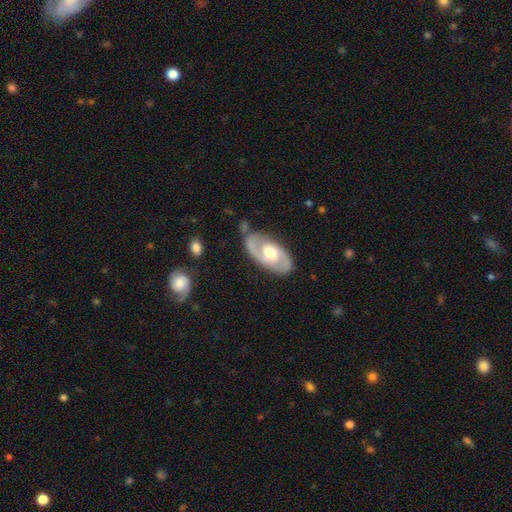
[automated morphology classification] featured or disk 77%, smooth 18%, star or artifact 6%. Down the decision tree: edge-on disk — no (93%); bar — no (72%); spiral arms — yes (79%); spiral arm count — 2 (80%); spiral winding — medium (41%); bulge size — moderate (67%); merging — none (74%).